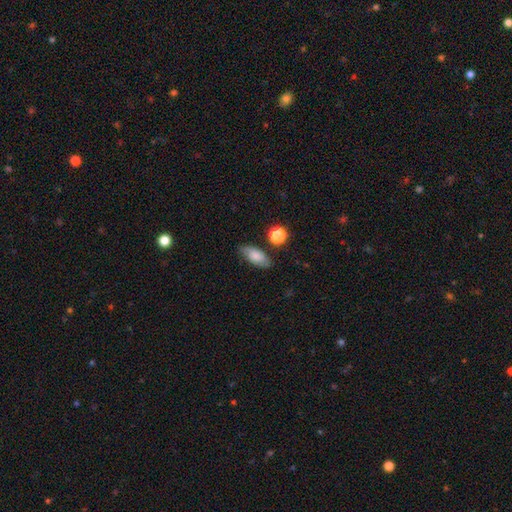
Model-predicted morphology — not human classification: Smooth or featured: smooth — 73% (featured or disk — 18%)
How rounded: in between — 85% (cigar-shaped — 9%)
Merging: none — 74% (minor disturbance — 18%)